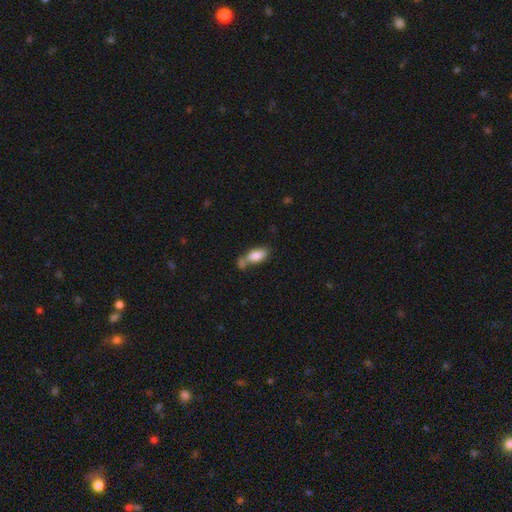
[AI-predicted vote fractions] smooth-or-featured: smooth: 80% | featured or disk: 12% | star or artifact: 8%
  how-rounded: in between: 86% | cigar-shaped: 11% | round: 3%
  merging: none: 41% | merger: 34% | minor disturbance: 18% | major disturbance: 8%